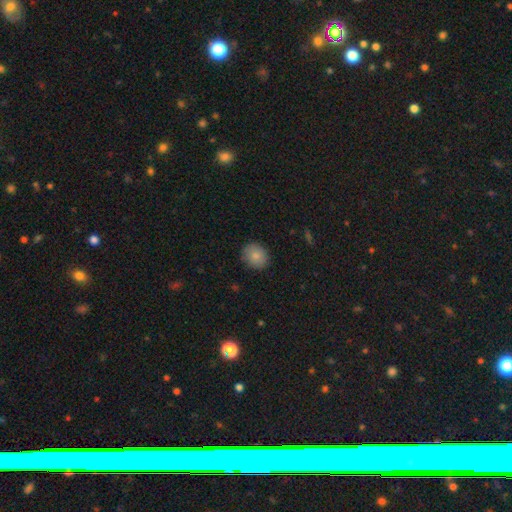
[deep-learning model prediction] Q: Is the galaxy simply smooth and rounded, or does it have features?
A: smooth — 84%.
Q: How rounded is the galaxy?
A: round — 70%.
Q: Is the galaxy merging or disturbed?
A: none — 86%.